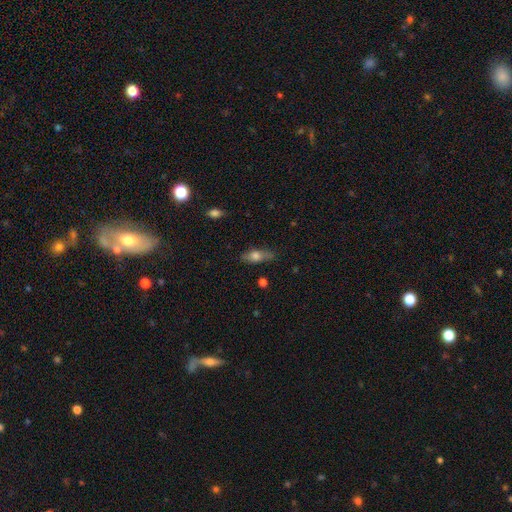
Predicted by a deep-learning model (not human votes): This is likely a smooth galaxy (62%). How rounded: likely in between (64%). Merging: likely none (73%).